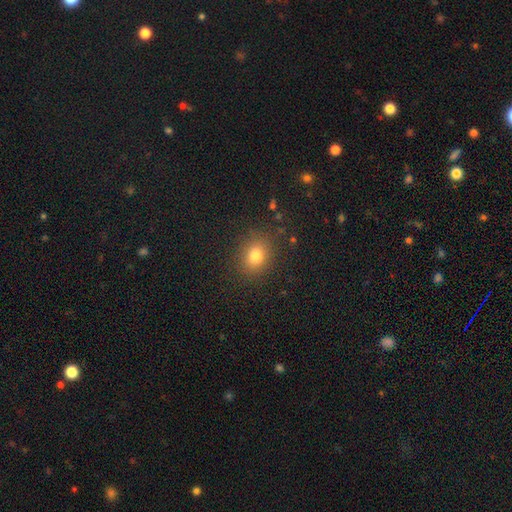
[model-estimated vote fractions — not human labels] Q: Smooth or featured?
A: smooth (78%); runner-up: star or artifact (14%)
Q: How rounded?
A: round (54%); runner-up: in between (44%)
Q: Merging?
A: none (87%); runner-up: minor disturbance (9%)